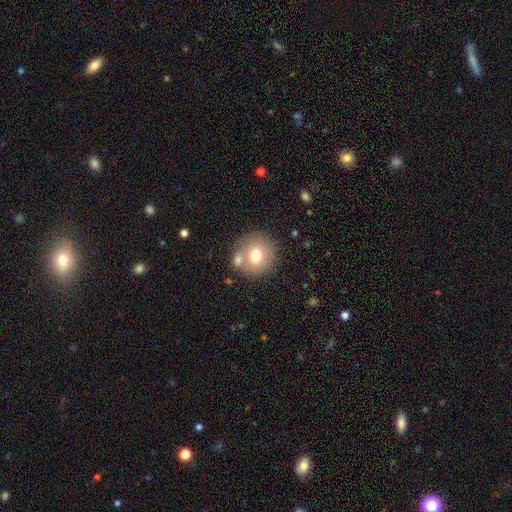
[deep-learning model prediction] Smooth or featured? smooth (71%)
How rounded? round (87%)
Merging? none (67%)